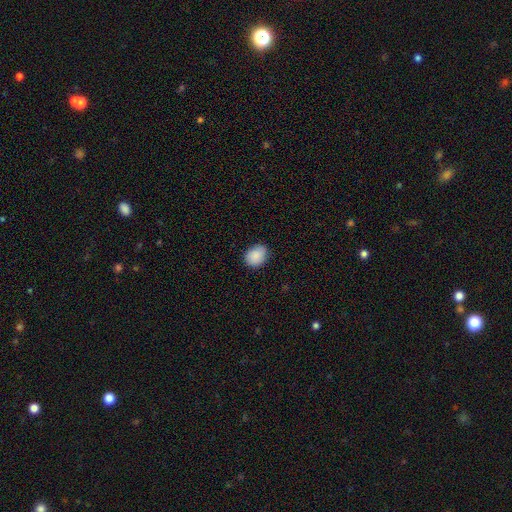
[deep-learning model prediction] Morphology: type=smooth (89%); roundness=in between (59%); merging=none (84%).